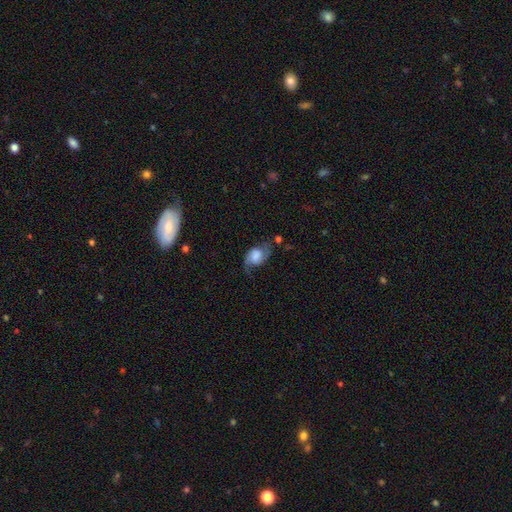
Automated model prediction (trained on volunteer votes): Morphology: type=featured or disk (59%); edge-on=no (95%); bar=no (63%); spiral arms=yes (90%); bulge=large (40%); merging=none (54%).